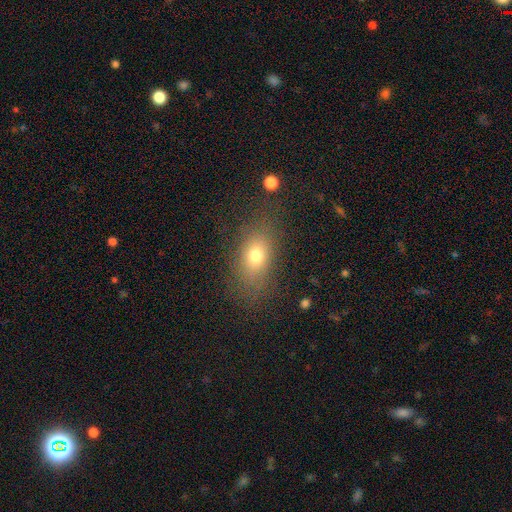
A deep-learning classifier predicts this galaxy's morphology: A smooth galaxy with no disk features (72%) that is in between round and cigar-shaped (77%). Merging: none (78%).